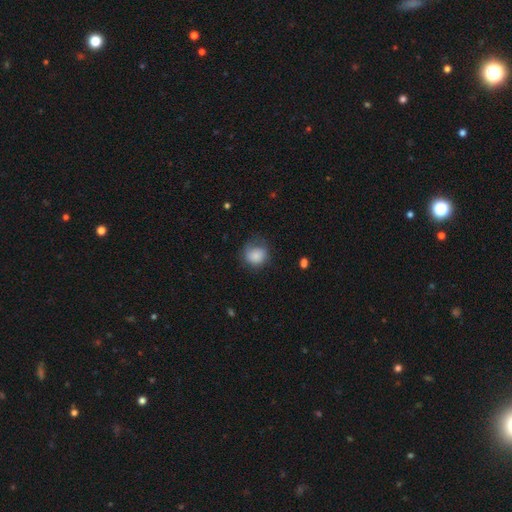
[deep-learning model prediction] This is clearly a smooth galaxy (82%). How rounded: likely round (76%). Merging: possibly none (56%).